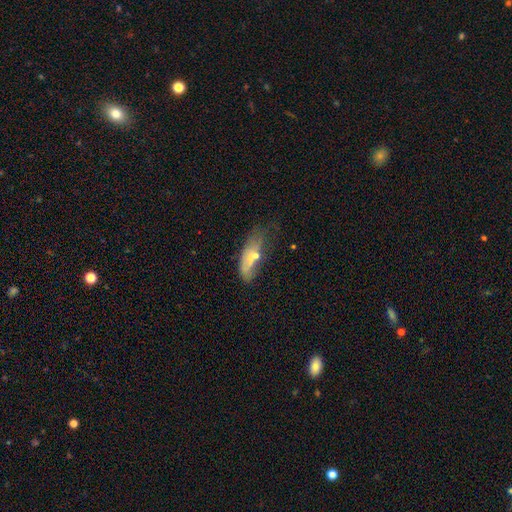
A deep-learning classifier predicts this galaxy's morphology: Smooth or featured? smooth (55%)
How rounded? in between (64%)
Merging? none (38%)